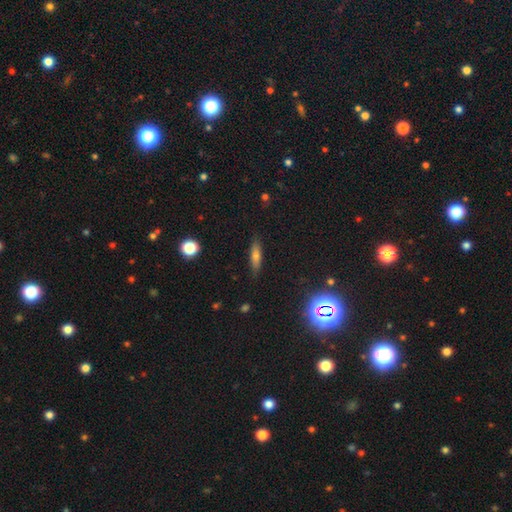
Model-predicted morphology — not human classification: This is likely a smooth galaxy (66%). How rounded: likely cigar-shaped (64%). Merging: clearly none (84%).